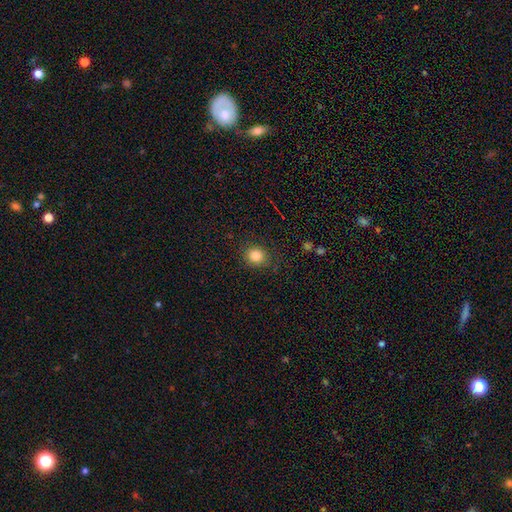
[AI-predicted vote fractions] This is clearly a smooth galaxy (83%). How rounded: clearly round (80%). Merging: clearly none (84%).